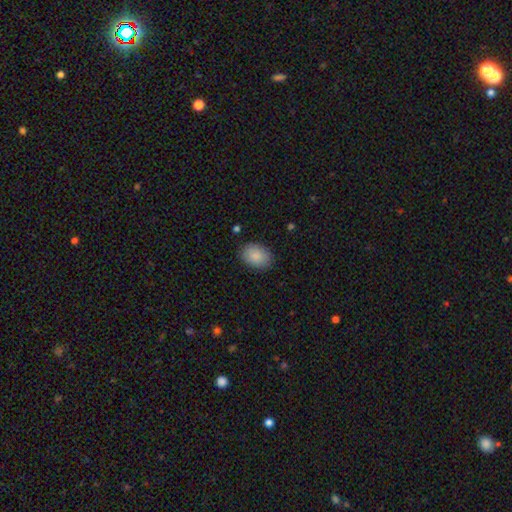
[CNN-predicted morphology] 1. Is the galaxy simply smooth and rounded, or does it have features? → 88% smooth, 7% star or artifact, 5% featured or disk.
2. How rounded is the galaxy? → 79% in between, 20% round, 1% cigar-shaped.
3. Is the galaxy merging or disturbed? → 86% none, 11% minor disturbance, 3% major disturbance, 1% merger.